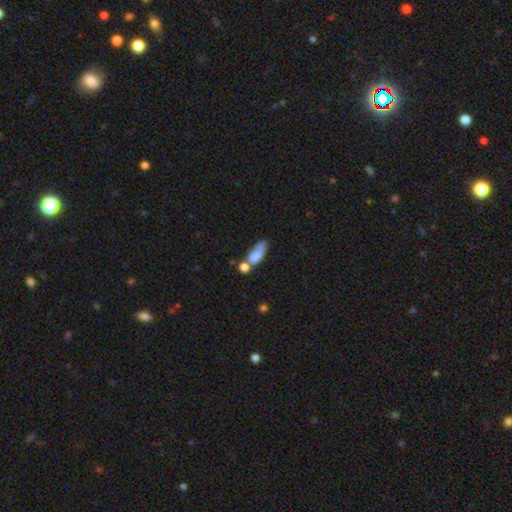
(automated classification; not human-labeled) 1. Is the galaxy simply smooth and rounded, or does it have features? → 67% smooth, 23% featured or disk, 10% star or artifact.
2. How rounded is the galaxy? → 68% in between, 24% cigar-shaped, 8% round.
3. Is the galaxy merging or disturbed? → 37% merger, 29% none, 18% minor disturbance, 16% major disturbance.